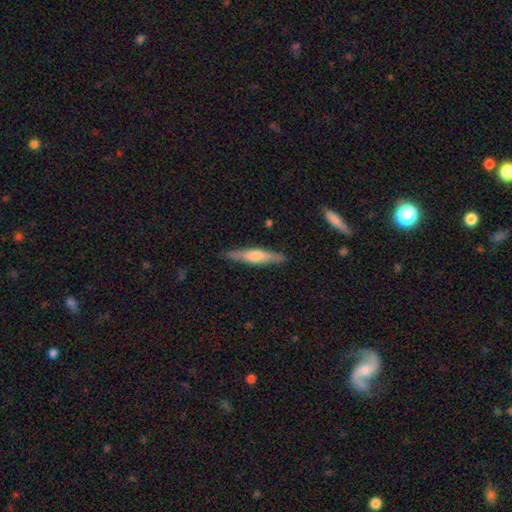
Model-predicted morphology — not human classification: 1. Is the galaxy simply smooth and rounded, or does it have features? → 52% featured or disk, 43% smooth, 6% star or artifact.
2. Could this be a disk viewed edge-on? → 94% yes, 6% no.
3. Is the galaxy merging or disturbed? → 87% none, 10% minor disturbance, 2% major disturbance, 1% merger.